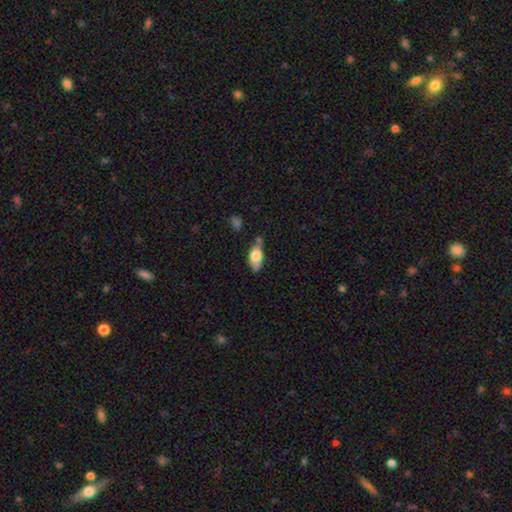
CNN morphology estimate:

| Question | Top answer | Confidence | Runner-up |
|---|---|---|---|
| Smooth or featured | smooth | 72% | featured or disk (21%) |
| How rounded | in between | 84% | cigar-shaped (12%) |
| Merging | none | 53% | minor disturbance (30%) |